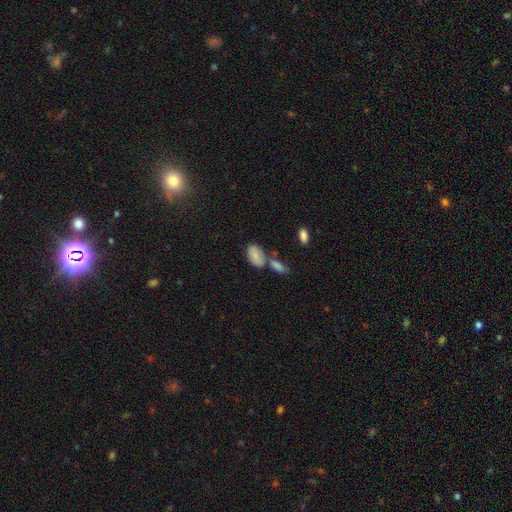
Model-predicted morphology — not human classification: type=smooth (77%); roundness=in between (91%); merging=none (49%).